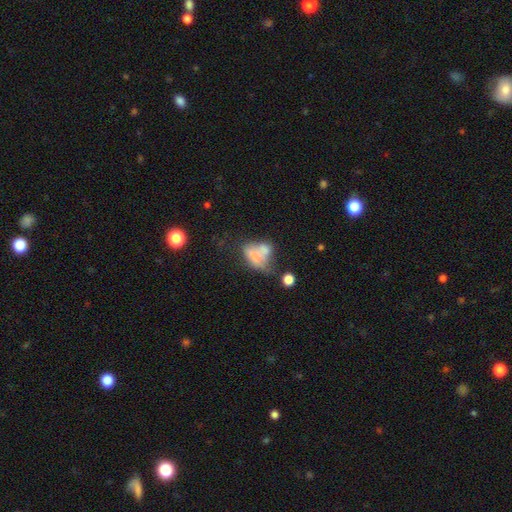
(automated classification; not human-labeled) A smooth galaxy with no disk features (58%) that is in between round and cigar-shaped (77%).

Vote fractions:
- Smooth or featured? smooth: 58% / featured or disk: 30% / star or artifact: 12%
- How rounded? in between: 77% / round: 20% / cigar-shaped: 2%
- Merging? merger: 30% / major disturbance: 26% / none: 23% / minor disturbance: 21%